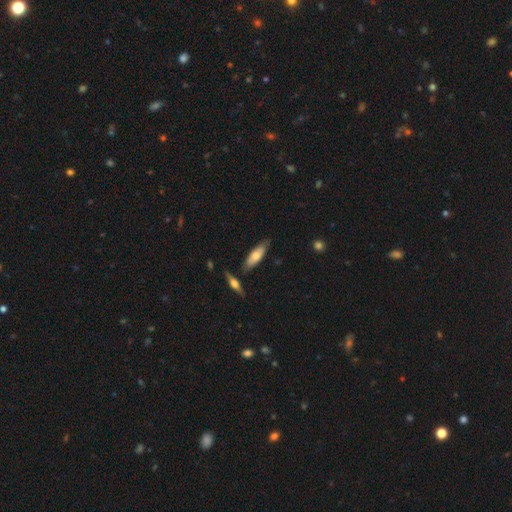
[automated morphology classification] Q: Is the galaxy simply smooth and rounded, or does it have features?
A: smooth — 64%.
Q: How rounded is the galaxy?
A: in between — 59%.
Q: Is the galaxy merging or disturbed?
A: none — 72%.